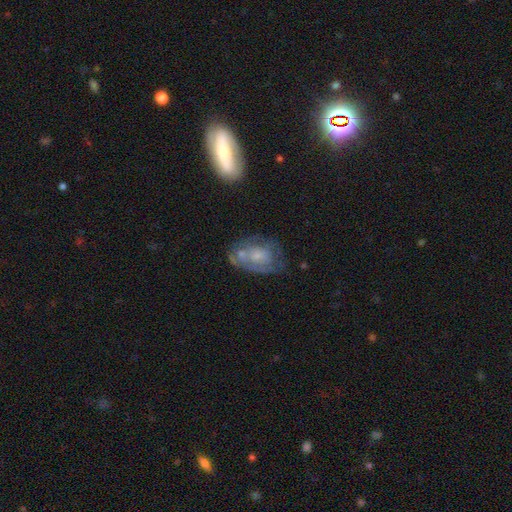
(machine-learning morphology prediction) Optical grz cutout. It shows a featured or disk galaxy (57%) with no bar (79%), no spiral arms (51%) and a small central bulge (55%). Merging: none (47%).